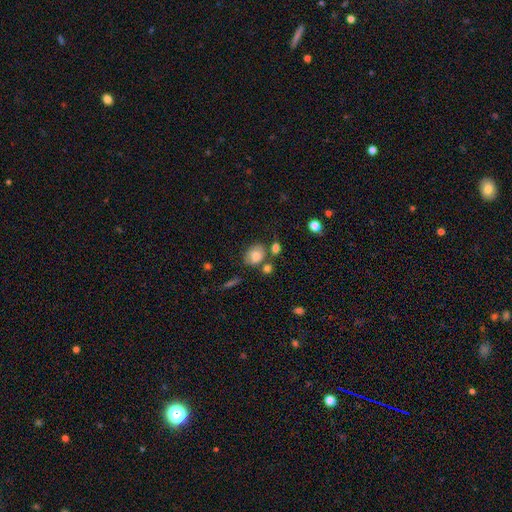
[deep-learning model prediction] This appears to be a smooth galaxy with no disk features (78%) that is in between round and cigar-shaped (58%). Merging: none (56%).